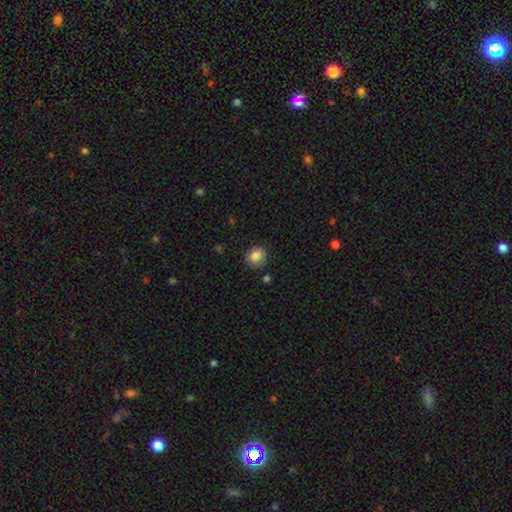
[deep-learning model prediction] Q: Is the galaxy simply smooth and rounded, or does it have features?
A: smooth — 85%.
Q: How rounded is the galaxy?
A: round — 65%.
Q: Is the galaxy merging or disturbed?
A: none — 80%.